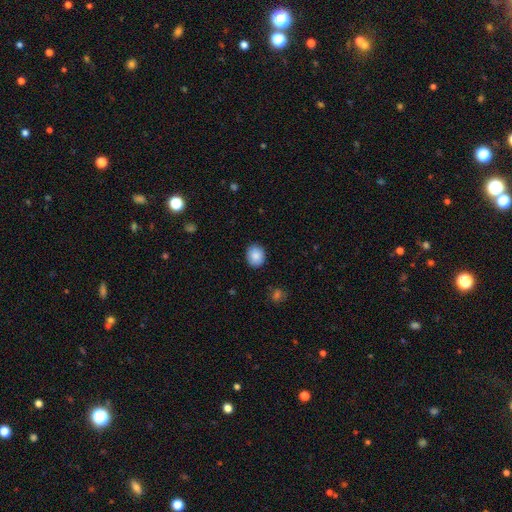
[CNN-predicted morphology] Smooth or featured: smooth — 88% (star or artifact — 8%)
How rounded: round — 65% (in between — 34%)
Merging: none — 88% (minor disturbance — 9%)